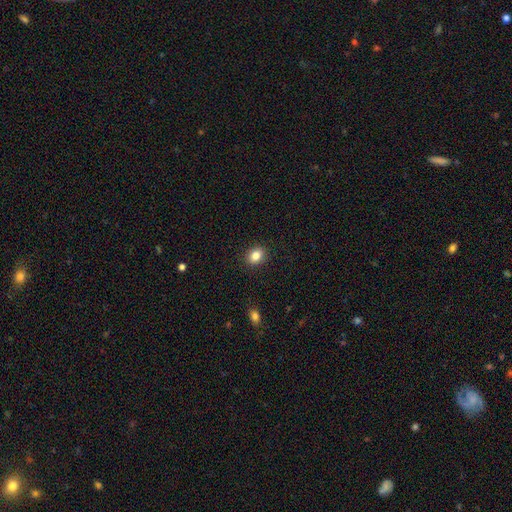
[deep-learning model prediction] smooth_or_featured: smooth (p=0.85) [alt: star or artifact p=0.10]
how_rounded: in between (p=0.53) [alt: round p=0.46]
merging: none (p=0.90) [alt: minor disturbance p=0.07]